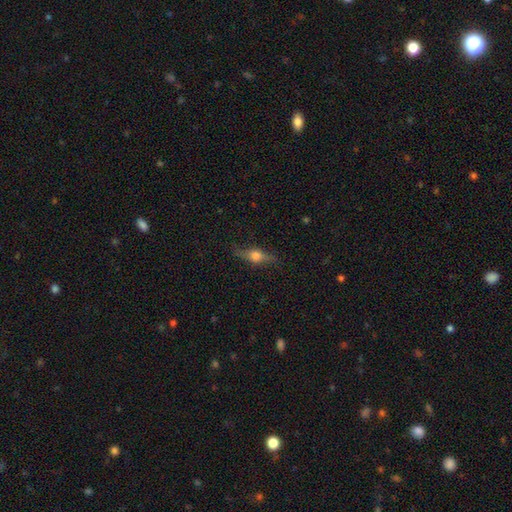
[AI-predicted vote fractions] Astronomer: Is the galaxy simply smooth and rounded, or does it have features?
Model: featured or disk — 54% (runner-up: smooth, 37%).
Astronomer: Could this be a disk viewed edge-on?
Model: yes — 91%.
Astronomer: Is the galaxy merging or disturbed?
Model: none — 80%.